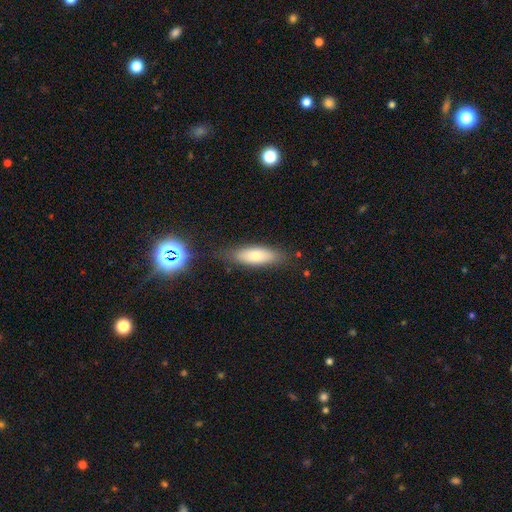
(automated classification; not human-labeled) Overall: smooth (73%). How rounded: in between (60%; cigar-shaped 38%). Merging: none (76%).